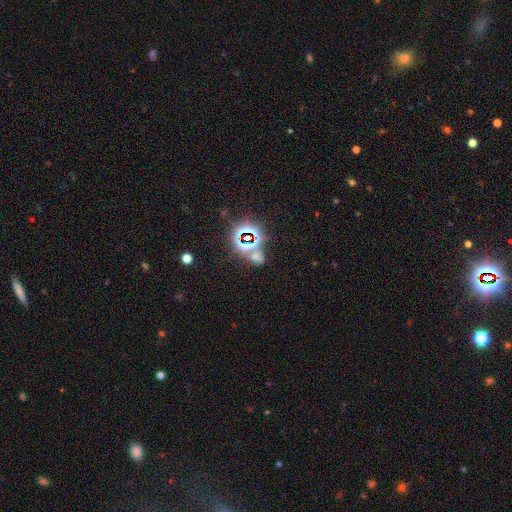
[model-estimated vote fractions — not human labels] Smooth or featured: star or artifact — 62% (smooth — 30%)